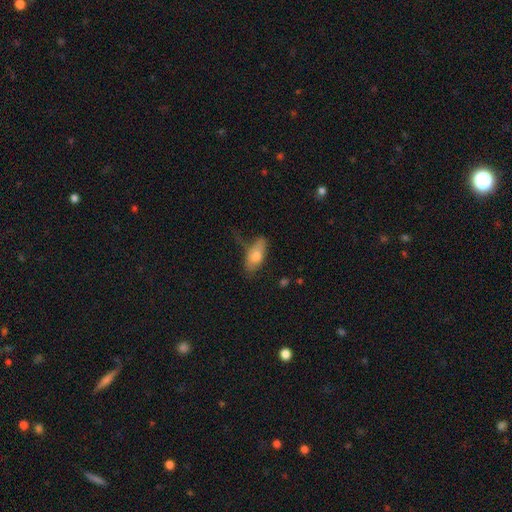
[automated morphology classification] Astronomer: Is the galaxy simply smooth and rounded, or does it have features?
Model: smooth — 72%.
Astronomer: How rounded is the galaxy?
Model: in between — 84%.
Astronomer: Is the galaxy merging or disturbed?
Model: none — 47% (runner-up: minor disturbance, 32%).